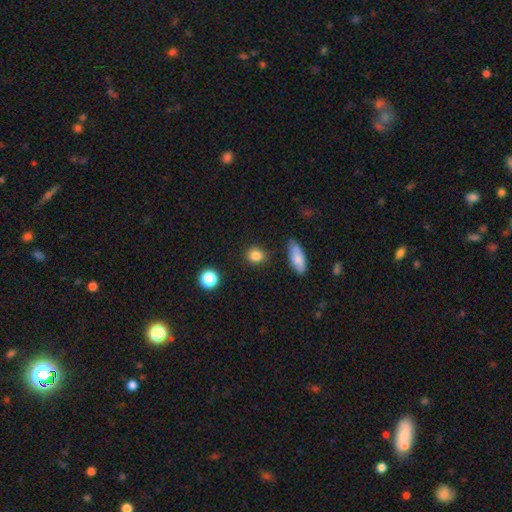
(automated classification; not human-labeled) This appears to be a smooth galaxy with no disk features (84%) that is round (69%). Merging: none (86%).